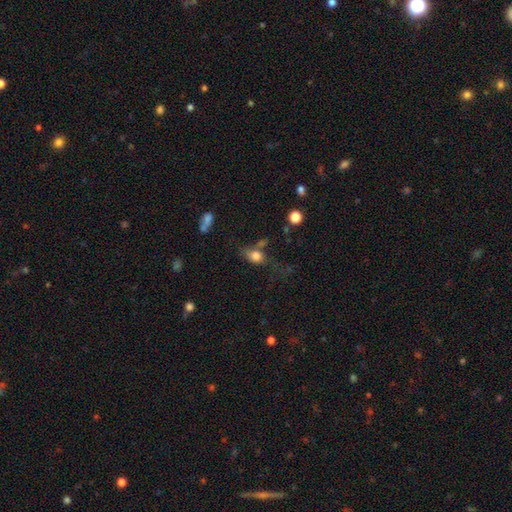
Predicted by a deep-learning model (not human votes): A smooth galaxy with no disk features (78%) that is in between round and cigar-shaped (61%). Merging: none (43%).